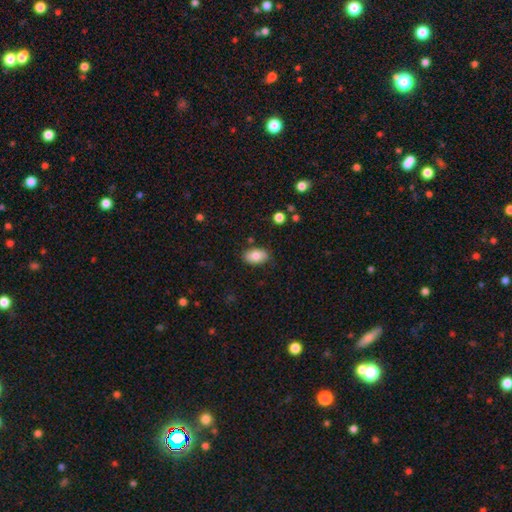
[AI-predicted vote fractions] Morphology: type=smooth (80%); roundness=in between (90%); merging=none (82%).